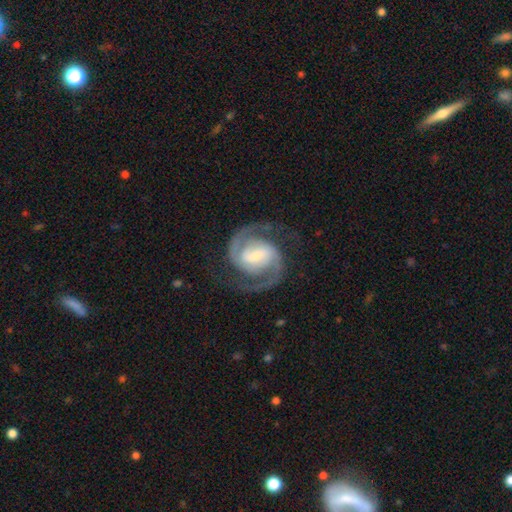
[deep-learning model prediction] This appears to be a featured or disk galaxy (93%) with a weak bar (47%), 2 (94%) medium (57%) spiral arms (99%) and a small central bulge (45%). Merging: none (82%).